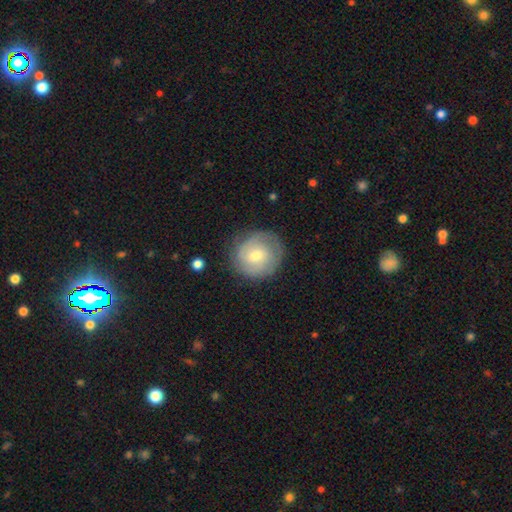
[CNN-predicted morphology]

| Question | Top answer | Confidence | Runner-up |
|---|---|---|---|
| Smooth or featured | featured or disk | 56% | smooth (37%) |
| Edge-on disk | no | 97% | yes (3%) |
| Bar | no | 54% | weak (39%) |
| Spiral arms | yes | 82% | no (18%) |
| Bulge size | moderate | 56% | small (40%) |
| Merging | none | 81% | minor disturbance (14%) |